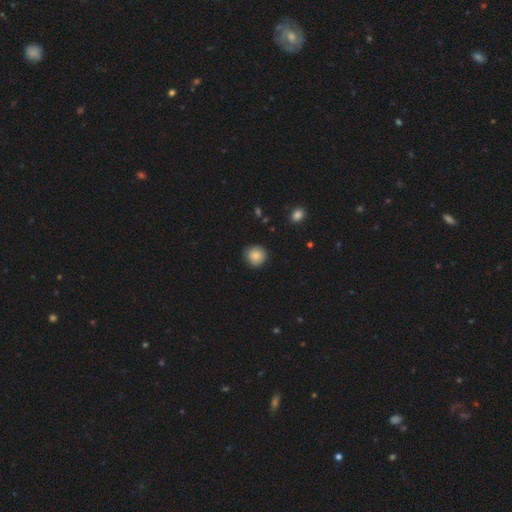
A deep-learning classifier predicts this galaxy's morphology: A smooth galaxy with no disk features (86%) that is round (92%).

Vote fractions:
- Smooth or featured? smooth: 86% / star or artifact: 8% / featured or disk: 6%
- How rounded? round: 92% / in between: 7% / cigar-shaped: 1%
- Merging? none: 85% / minor disturbance: 12% / major disturbance: 2% / merger: 1%